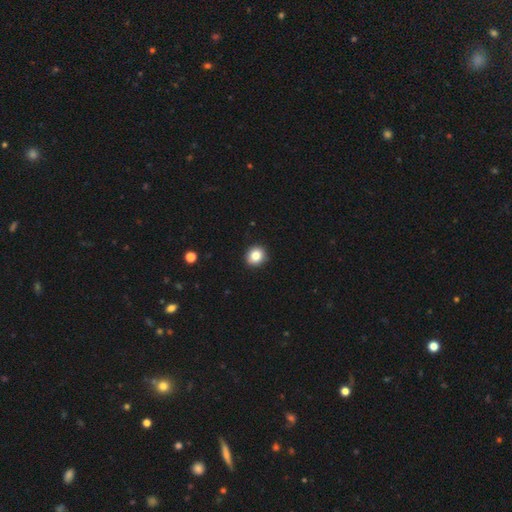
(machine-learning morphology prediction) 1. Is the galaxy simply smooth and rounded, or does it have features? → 84% smooth, 10% star or artifact, 6% featured or disk.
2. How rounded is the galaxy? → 81% round, 19% in between, 1% cigar-shaped.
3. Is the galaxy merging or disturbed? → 91% none, 6% minor disturbance, 2% major disturbance, 1% merger.